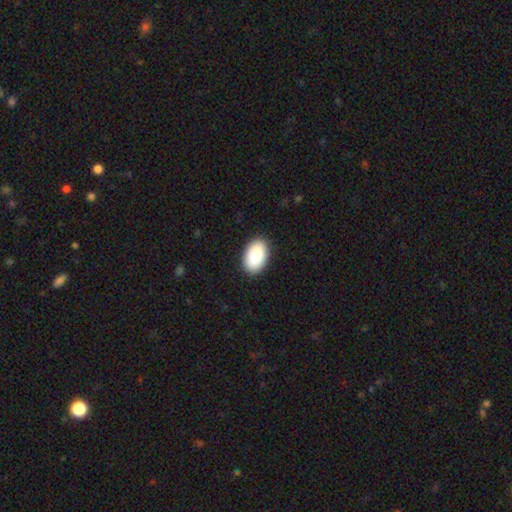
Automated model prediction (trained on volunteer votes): Smooth or featured?
  - smooth: 90% *
  - star or artifact: 6%
  - featured or disk: 4%
How rounded?
  - in between: 94% *
  - round: 5%
  - cigar-shaped: 1%
Merging?
  - none: 89% *
  - minor disturbance: 8%
  - major disturbance: 2%
  - merger: 1%